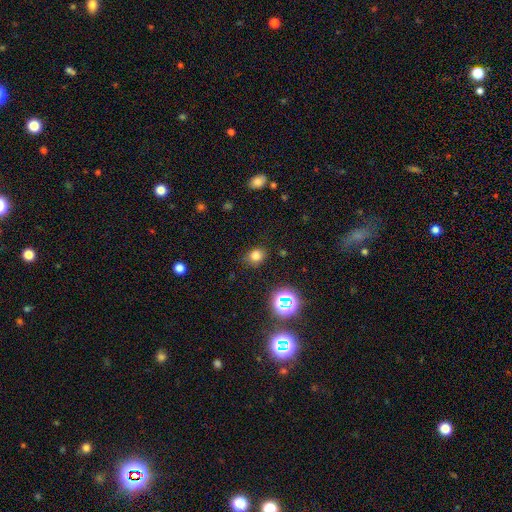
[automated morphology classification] Q: Smooth or featured?
A: smooth (75%); runner-up: star or artifact (19%)
Q: How rounded?
A: round (58%); runner-up: in between (41%)
Q: Merging?
A: none (79%); runner-up: minor disturbance (15%)